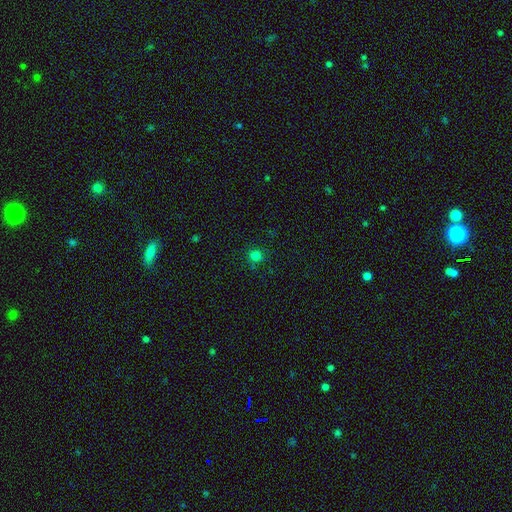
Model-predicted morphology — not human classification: Smooth or featured? Predicted: smooth (p=0.79). How rounded? Predicted: round (p=0.89). Merging? Predicted: none (p=0.87).